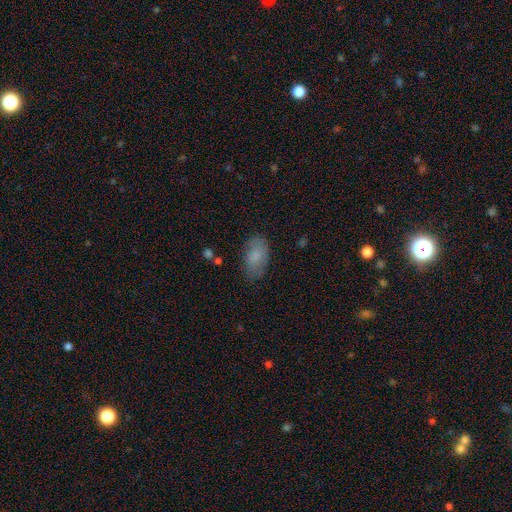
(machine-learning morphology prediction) This is clearly a smooth galaxy (82%). How rounded: clearly in between (93%). Merging: likely none (75%).